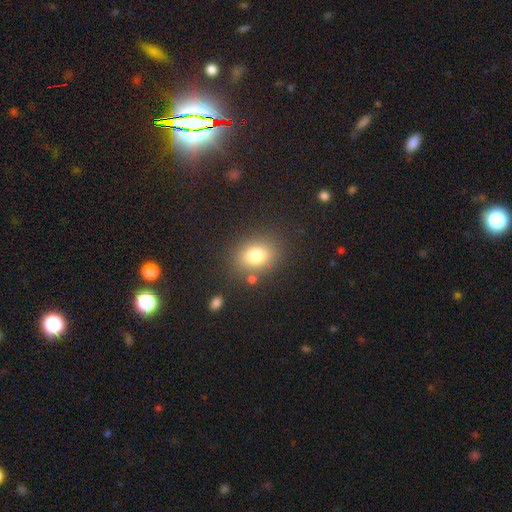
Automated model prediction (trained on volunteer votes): Smooth or featured? smooth (78%)
How rounded? in between (55%)
Merging? none (80%)